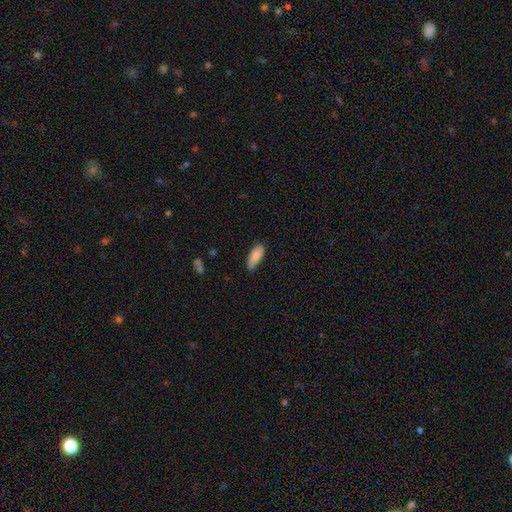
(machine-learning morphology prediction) A smooth galaxy with no disk features (85%) that is in between round and cigar-shaped (75%).

Vote fractions:
- Smooth or featured? smooth: 85% / featured or disk: 9% / star or artifact: 6%
- How rounded? in between: 75% / cigar-shaped: 24% / round: 2%
- Merging? none: 68% / minor disturbance: 26% / major disturbance: 4% / merger: 2%